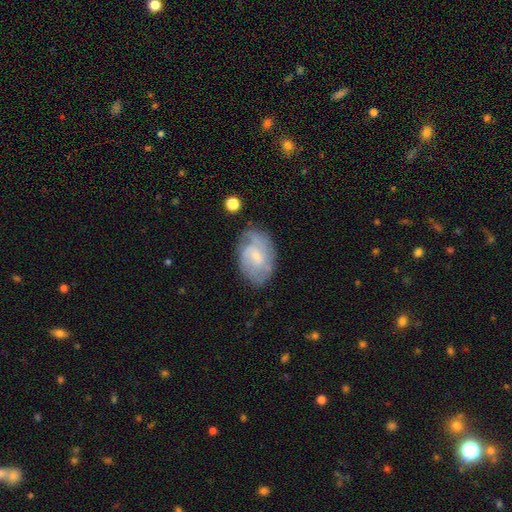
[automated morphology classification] smooth_or_featured: featured or disk (p=0.62) [alt: smooth p=0.32]
disk_edge_on: no (p=0.96) [alt: yes p=0.04]
bar: no (p=0.51) [alt: weak p=0.43]
has_spiral_arms: yes (p=0.82) [alt: no p=0.18]
bulge_size: small (p=0.63) [alt: moderate p=0.27]
merging: none (p=0.66) [alt: minor disturbance p=0.23]